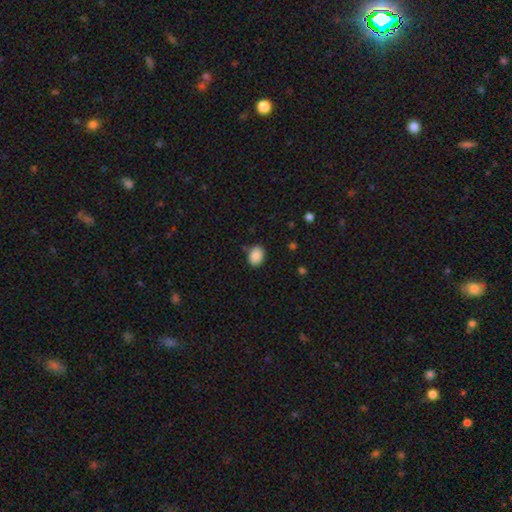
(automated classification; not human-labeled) Smooth or featured? Predicted: smooth (p=0.88). How rounded? Predicted: in between (p=0.71). Merging? Predicted: none (p=0.80).